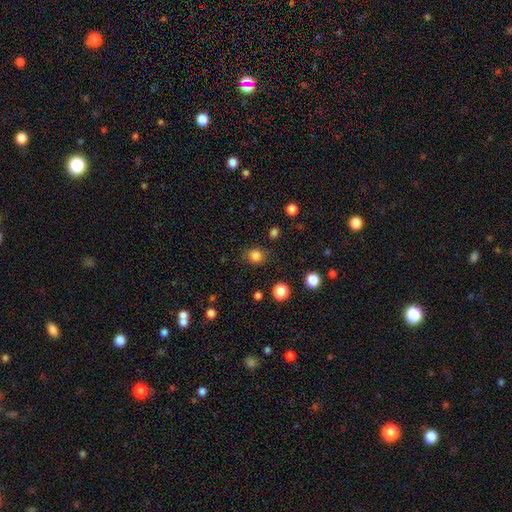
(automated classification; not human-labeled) A smooth galaxy with no disk features (83%) that is round (81%).

Vote fractions:
- Smooth or featured? smooth: 83% / star or artifact: 13% / featured or disk: 4%
- How rounded? round: 81% / in between: 18% / cigar-shaped: 1%
- Merging? none: 85% / minor disturbance: 10% / major disturbance: 3% / merger: 2%